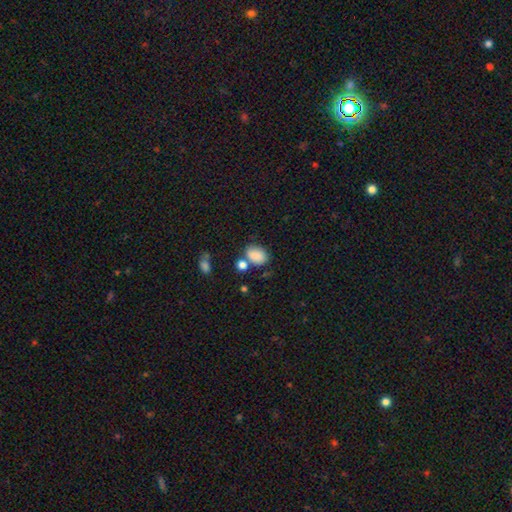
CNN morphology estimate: A smooth galaxy with no disk features (84%) that is in between round and cigar-shaped (75%). Merging: none (55%).